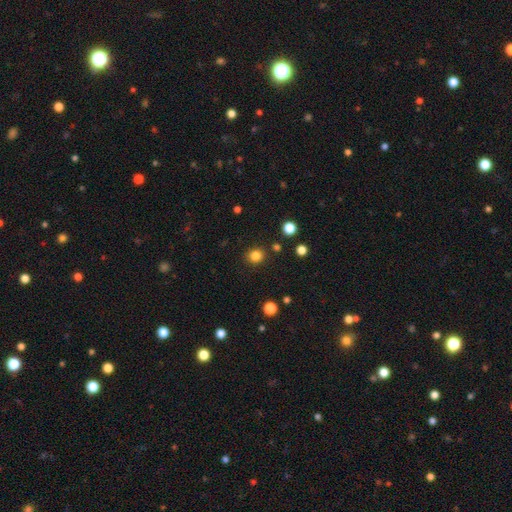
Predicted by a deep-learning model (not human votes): Overall: smooth (83%). How rounded: round (84%). Merging: none (88%).